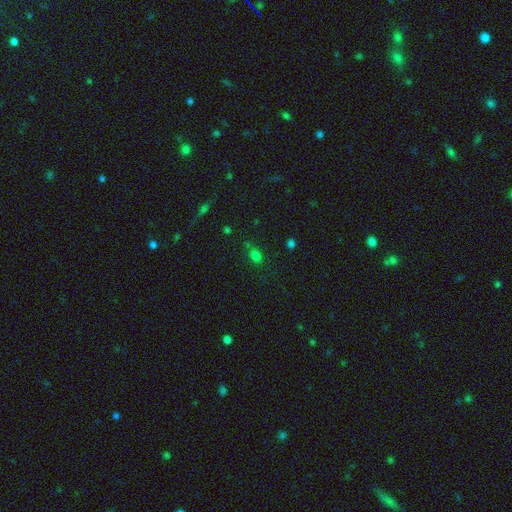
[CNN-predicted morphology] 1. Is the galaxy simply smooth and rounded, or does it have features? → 69% smooth, 25% star or artifact, 7% featured or disk.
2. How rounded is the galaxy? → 67% in between, 29% round, 4% cigar-shaped.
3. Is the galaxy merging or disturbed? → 64% none, 20% minor disturbance, 9% merger, 7% major disturbance.